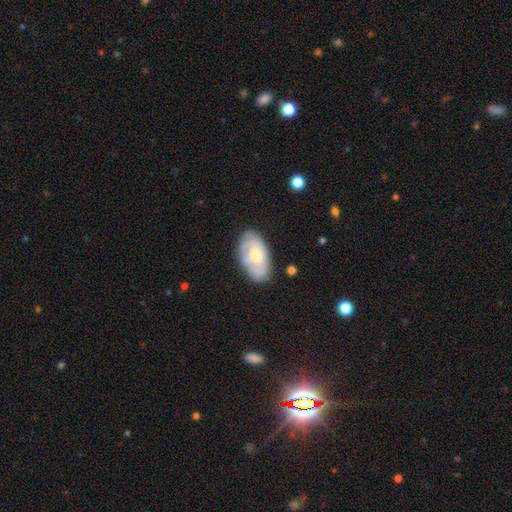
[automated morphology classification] Smooth or featured? Predicted: featured or disk (p=0.60). Edge-on disk? Predicted: no (p=0.95). Bar? Predicted: no (p=0.76). Spiral arms? Predicted: yes (p=0.74). Bulge size? Predicted: small (p=0.53). Merging? Predicted: none (p=0.75).